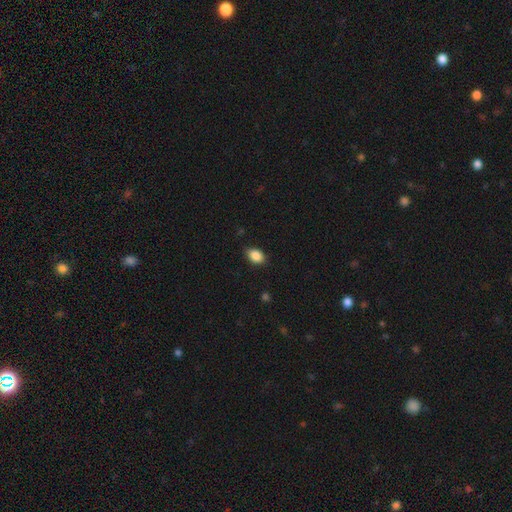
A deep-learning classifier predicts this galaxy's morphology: This is clearly a smooth galaxy (87%). How rounded: clearly in between (82%). Merging: clearly none (84%).